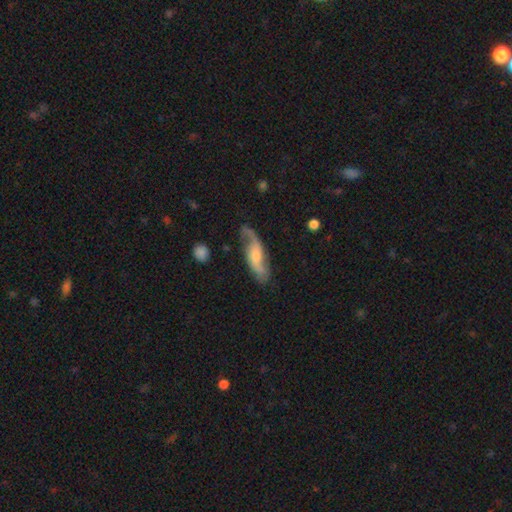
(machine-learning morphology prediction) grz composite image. It shows a featured or disk galaxy (73%) with no bar (51%), 2 (86%) loose (57%) spiral arms (93%) and a moderate central bulge (45%). Merging: none (69%).